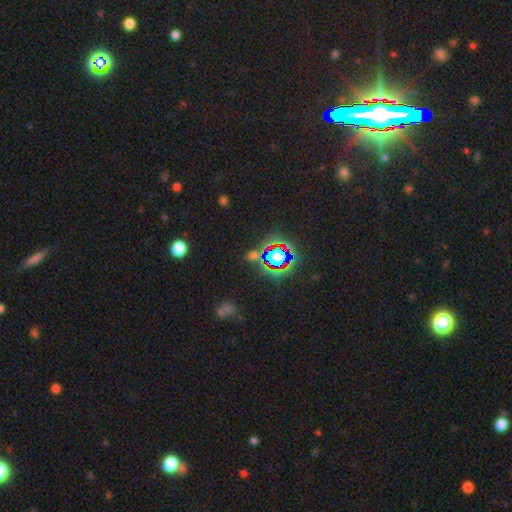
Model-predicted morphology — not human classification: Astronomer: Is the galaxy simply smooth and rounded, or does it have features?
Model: star or artifact — 72%.